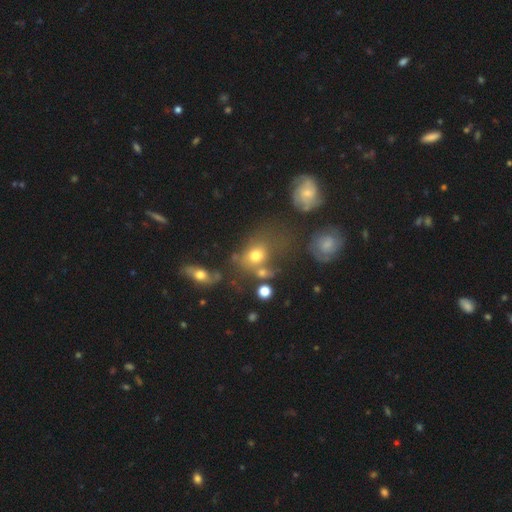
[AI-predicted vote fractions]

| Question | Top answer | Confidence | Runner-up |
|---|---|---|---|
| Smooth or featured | smooth | 67% | featured or disk (18%) |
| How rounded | in between | 51% | round (47%) |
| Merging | none | 43% | merger (23%) |